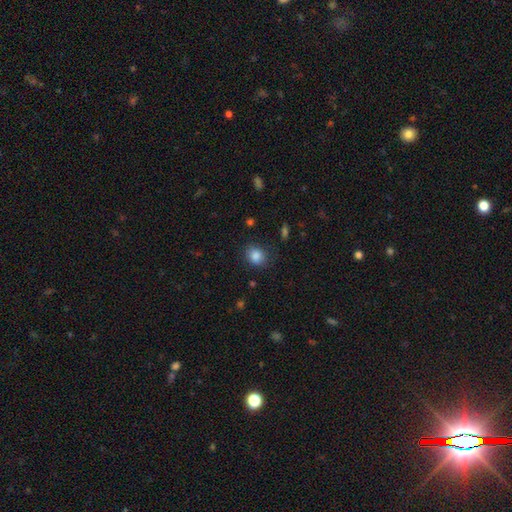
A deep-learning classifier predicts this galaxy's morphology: smooth-or-featured: smooth: 85% | star or artifact: 9% | featured or disk: 5%
  how-rounded: round: 66% | in between: 33% | cigar-shaped: 1%
  merging: none: 78% | minor disturbance: 16% | major disturbance: 5% | merger: 2%